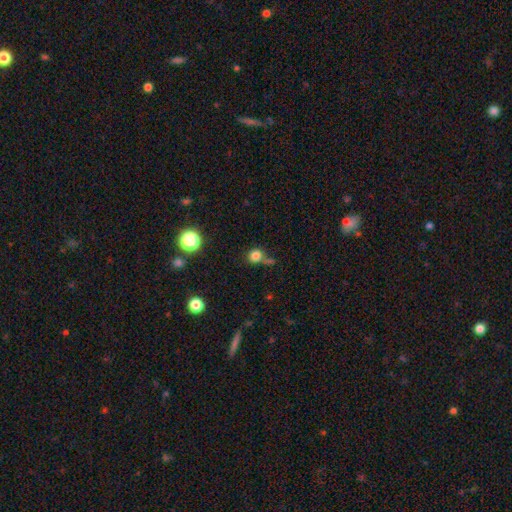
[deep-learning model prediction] smooth-or-featured: smooth: 80% | star or artifact: 14% | featured or disk: 6%
  how-rounded: round: 83% | in between: 16% | cigar-shaped: 1%
  merging: none: 56% | merger: 18% | minor disturbance: 17% | major disturbance: 9%